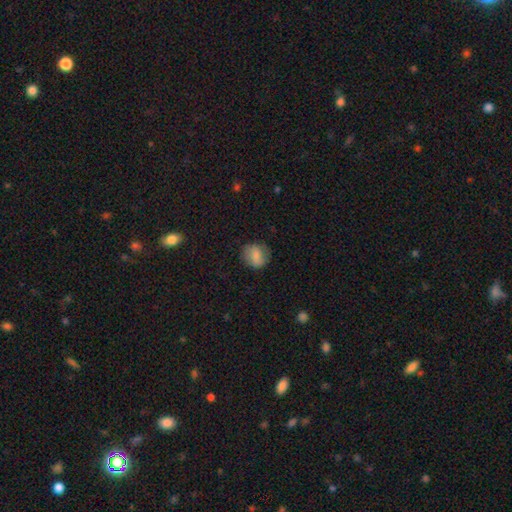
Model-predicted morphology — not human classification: Smooth or featured? smooth (75%)
How rounded? round (72%)
Merging? none (76%)